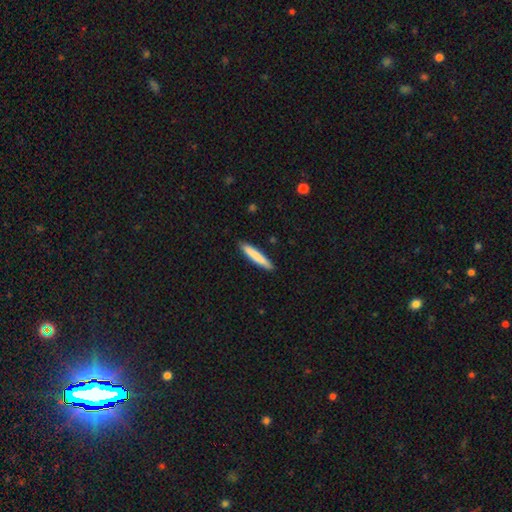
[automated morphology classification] type=smooth (81%); roundness=cigar-shaped (93%); merging=none (90%).